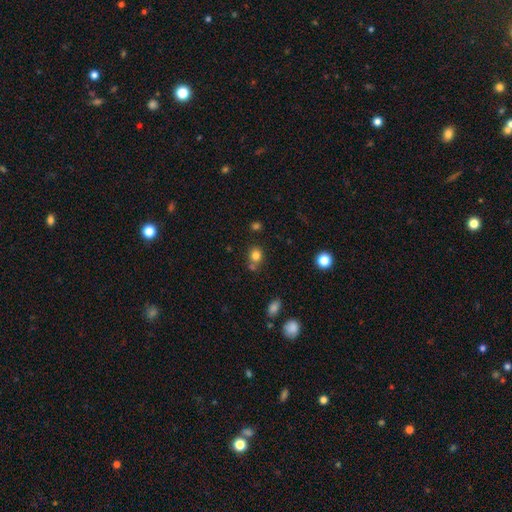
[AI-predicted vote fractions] Smooth or featured? Predicted: smooth (p=0.80). How rounded? Predicted: round (p=0.74). Merging? Predicted: none (p=0.62).